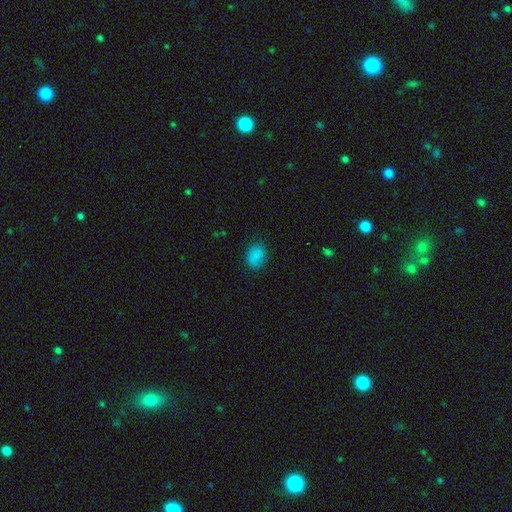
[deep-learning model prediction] smooth 85%, star or artifact 11%, featured or disk 4%. Down the decision tree: how rounded — in between (62%); merging — none (84%).